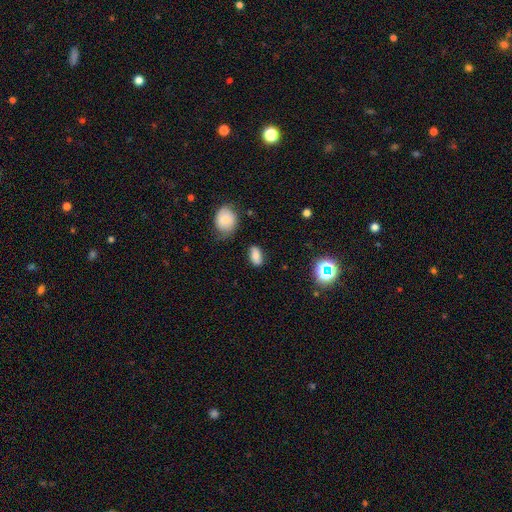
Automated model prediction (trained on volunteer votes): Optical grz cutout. It shows a smooth galaxy with no disk features (78%) that is in between round and cigar-shaped (89%). Merging: none (79%).